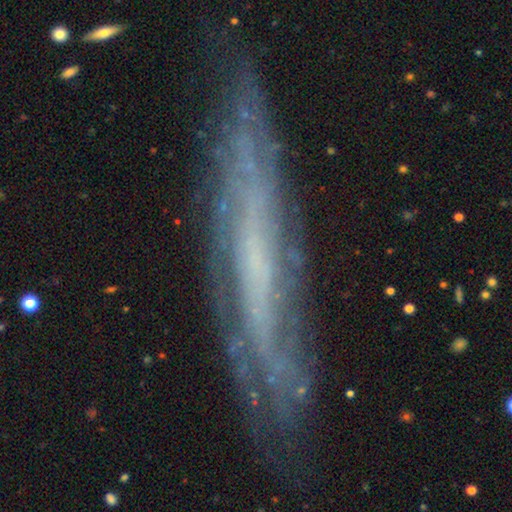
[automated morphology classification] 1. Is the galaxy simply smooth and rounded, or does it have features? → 71% featured or disk, 20% smooth, 9% star or artifact.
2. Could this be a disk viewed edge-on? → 63% yes, 37% no.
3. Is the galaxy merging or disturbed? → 75% none, 18% minor disturbance, 6% major disturbance, 2% merger.